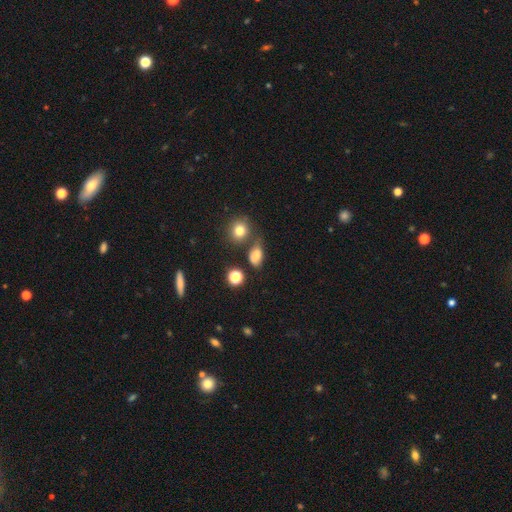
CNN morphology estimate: smooth-or-featured: smooth: 76% | star or artifact: 15% | featured or disk: 9%
  how-rounded: in between: 76% | round: 21% | cigar-shaped: 3%
  merging: none: 53% | minor disturbance: 23% | merger: 15% | major disturbance: 10%